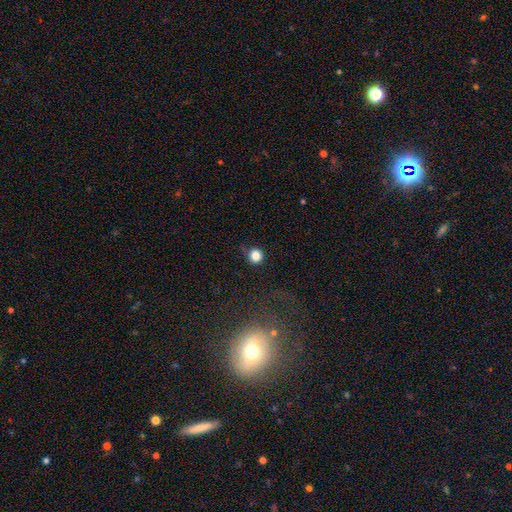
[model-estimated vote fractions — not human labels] smooth-or-featured: smooth: 83% | star or artifact: 13% | featured or disk: 5%
  how-rounded: round: 93% | in between: 6% | cigar-shaped: 1%
  merging: none: 85% | minor disturbance: 9% | major disturbance: 3% | merger: 3%